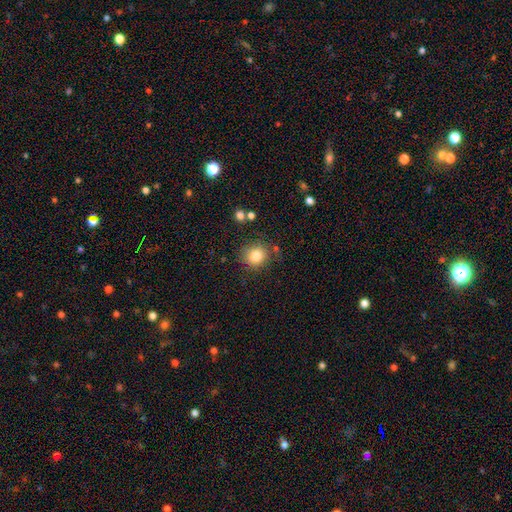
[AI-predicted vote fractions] This is clearly a smooth galaxy (82%). How rounded: clearly round (84%). Merging: likely none (79%).